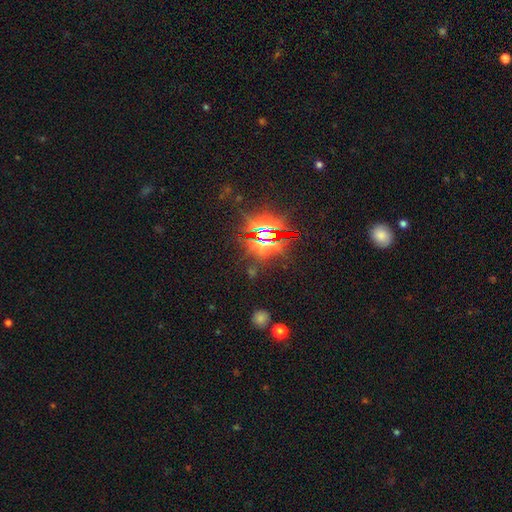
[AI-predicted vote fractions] Smooth or featured? star or artifact (85%)